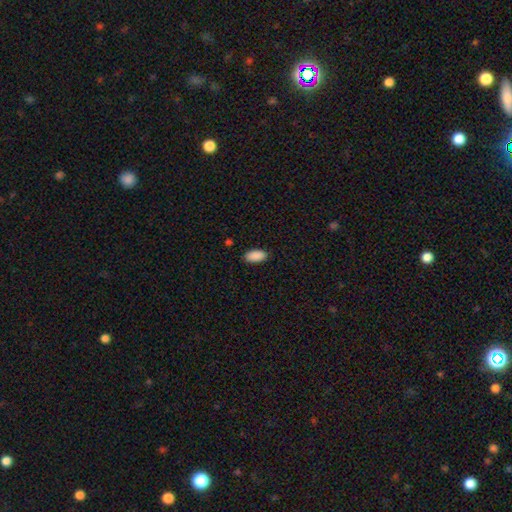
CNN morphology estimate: smooth-or-featured: smooth: 91% | star or artifact: 6% | featured or disk: 3%
  how-rounded: in between: 94% | cigar-shaped: 4% | round: 2%
  merging: none: 88% | minor disturbance: 9% | major disturbance: 2% | merger: 1%